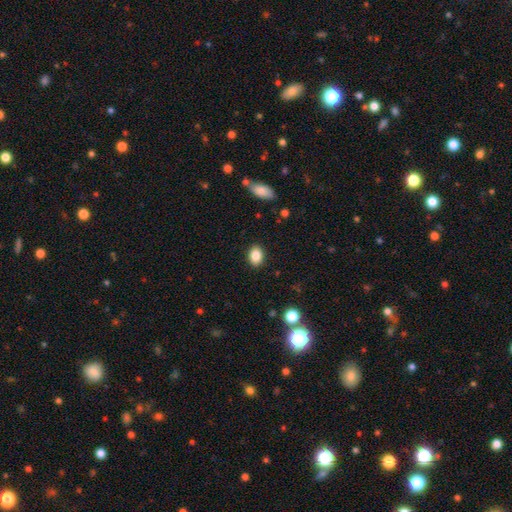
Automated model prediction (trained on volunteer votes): Smooth or featured? Predicted: smooth (p=0.86). How rounded? Predicted: in between (p=0.73). Merging? Predicted: none (p=0.89).